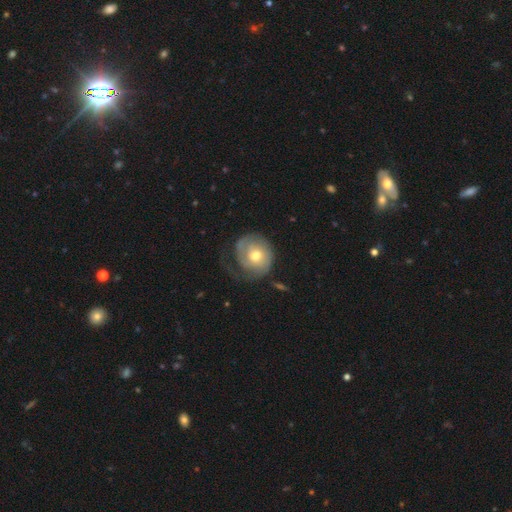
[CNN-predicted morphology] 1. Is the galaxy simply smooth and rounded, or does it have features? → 60% featured or disk, 34% smooth, 6% star or artifact.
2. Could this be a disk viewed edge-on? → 97% no, 3% yes.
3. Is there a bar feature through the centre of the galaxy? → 75% no, 21% weak, 4% strong.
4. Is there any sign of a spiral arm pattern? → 81% yes, 19% no.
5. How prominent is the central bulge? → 71% moderate, 21% small, 6% large, 1% dominant, 1% none.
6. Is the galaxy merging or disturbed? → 48% none, 25% major disturbance, 25% minor disturbance, 2% merger.